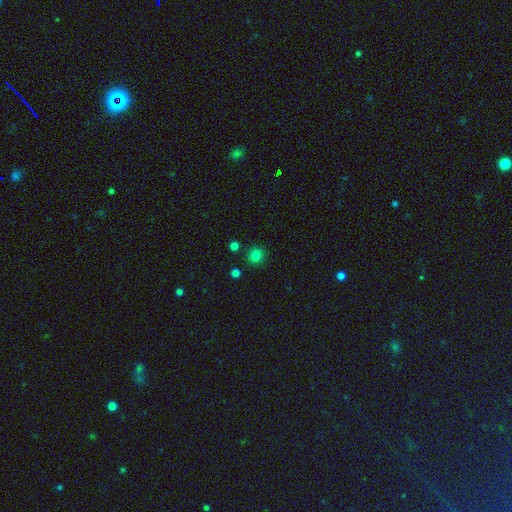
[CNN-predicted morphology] Smooth or featured?
  - smooth: 81% *
  - star or artifact: 14%
  - featured or disk: 5%
How rounded?
  - round: 87% *
  - in between: 12%
  - cigar-shaped: 1%
Merging?
  - none: 87% *
  - minor disturbance: 7%
  - merger: 4%
  - major disturbance: 2%